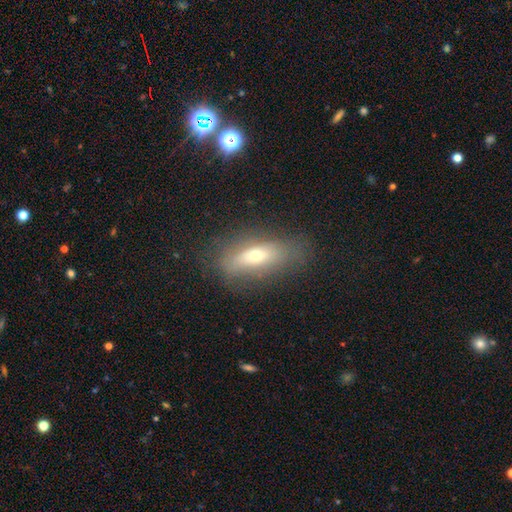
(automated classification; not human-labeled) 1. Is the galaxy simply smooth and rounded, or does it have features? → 58% smooth, 31% featured or disk, 10% star or artifact.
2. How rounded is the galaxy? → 67% in between, 27% cigar-shaped, 6% round.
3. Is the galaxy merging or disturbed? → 71% none, 18% minor disturbance, 9% major disturbance, 2% merger.